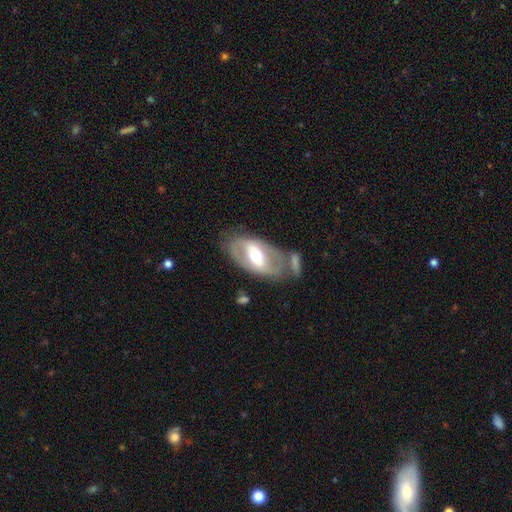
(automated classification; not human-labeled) This appears to be a featured or disk galaxy (69%) with a strong bar (41%), spiral arms (52%) and a moderate central bulge (68%). Merging: none (58%).